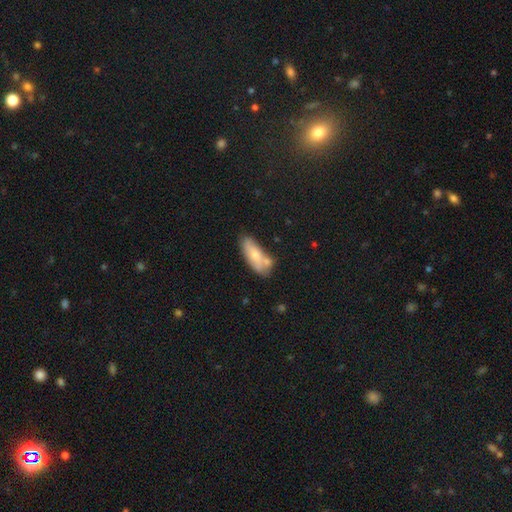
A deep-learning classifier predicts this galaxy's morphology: This is likely a smooth galaxy (67%). How rounded: likely in between (70%). Merging: possibly none (54%).